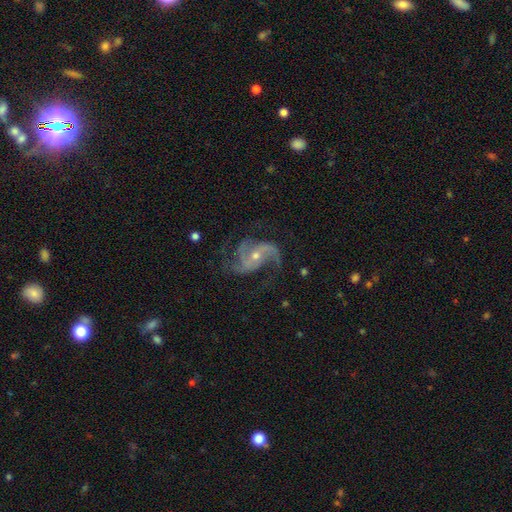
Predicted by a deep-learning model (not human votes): A featured or disk galaxy (89%) with no bar (50%), 3 (42%) medium (51%) spiral arms (98%) and a small central bulge (57%).

Vote fractions:
- Smooth or featured? featured or disk: 89% / star or artifact: 6% / smooth: 5%
- Edge-on disk? no: 98% / yes: 2%
- Bar? no: 50% / weak: 33% / strong: 17%
- Spiral arms? yes: 98% / no: 2%
- Spiral winding? medium: 51% / loose: 34% / tight: 16%
- Spiral arm count? 3: 42% / 2: 36% / can't tell: 7% / 4: 6% / 1: 5% / more than 4: 4%
- Bulge size? small: 57% / moderate: 40% / large: 1% / none: 1% / dominant: 1%
- Merging? none: 66% / minor disturbance: 18% / major disturbance: 15% / merger: 2%